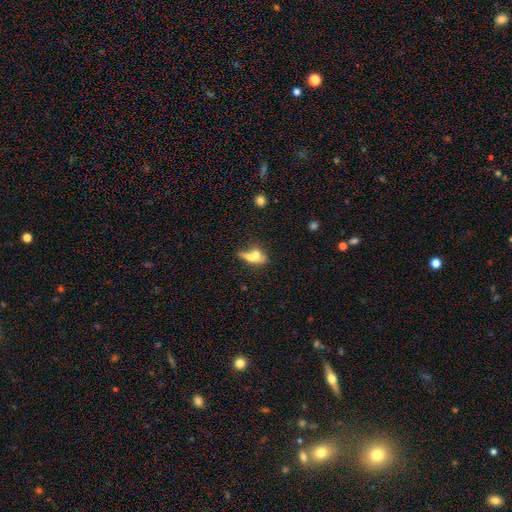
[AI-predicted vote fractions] Overall: smooth (57%; featured or disk 33%). How rounded: in between (55%; cigar-shaped 31%). Merging: merger (45%; none 30%).